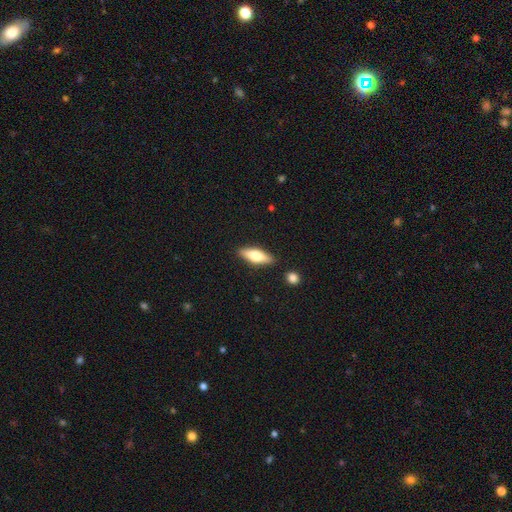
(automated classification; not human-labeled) Smooth or featured: smooth — 60% (featured or disk — 34%)
How rounded: in between — 57% (cigar-shaped — 40%)
Merging: none — 86% (minor disturbance — 9%)